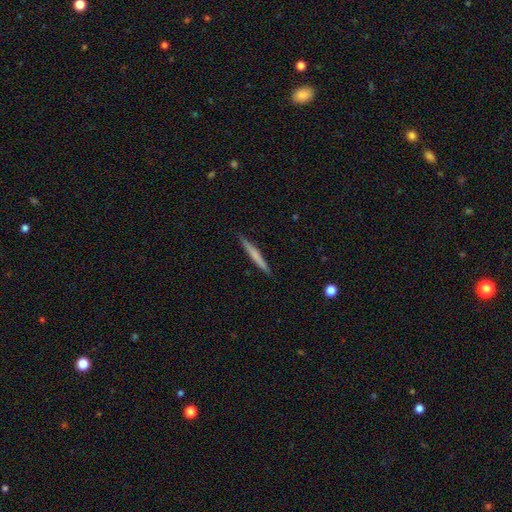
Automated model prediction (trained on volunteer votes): smooth 57%, featured or disk 37%, star or artifact 6%. Down the decision tree: how rounded — cigar-shaped (96%); merging — none (90%).